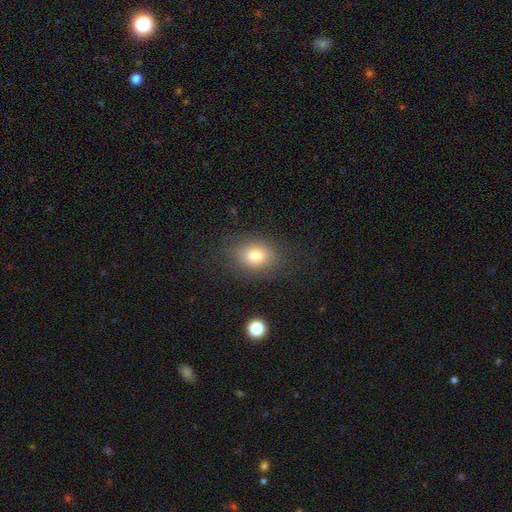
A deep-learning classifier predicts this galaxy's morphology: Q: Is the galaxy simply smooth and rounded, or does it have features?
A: smooth — 77%.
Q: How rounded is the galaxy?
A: in between — 67%.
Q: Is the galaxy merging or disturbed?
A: none — 79%.